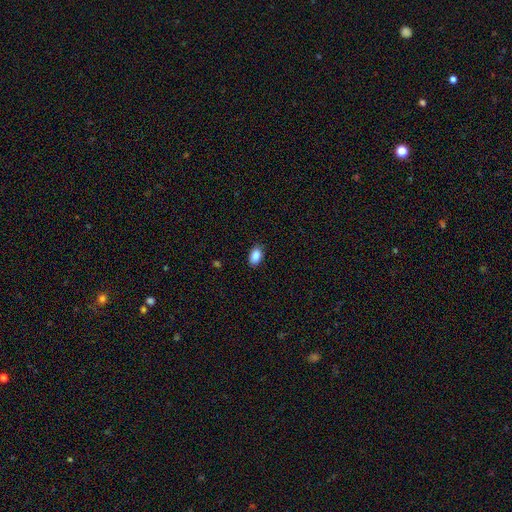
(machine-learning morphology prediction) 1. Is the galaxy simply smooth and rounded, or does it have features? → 89% smooth, 8% star or artifact, 3% featured or disk.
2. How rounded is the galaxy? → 91% in between, 8% round, 2% cigar-shaped.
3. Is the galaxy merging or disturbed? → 87% none, 9% minor disturbance, 2% major disturbance, 1% merger.